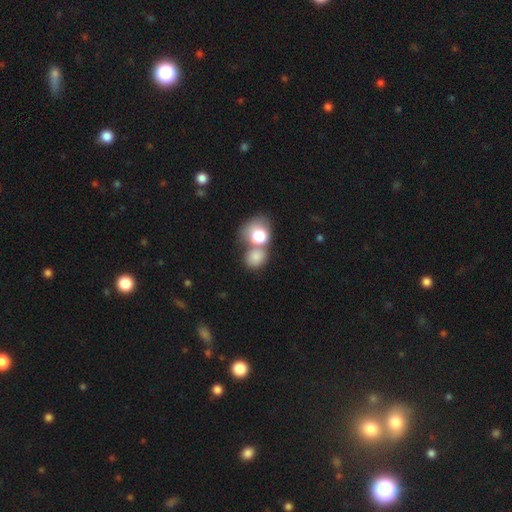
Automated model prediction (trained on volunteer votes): This is likely a smooth galaxy (75%). How rounded: likely round (63%). Merging: possibly merger (47%).